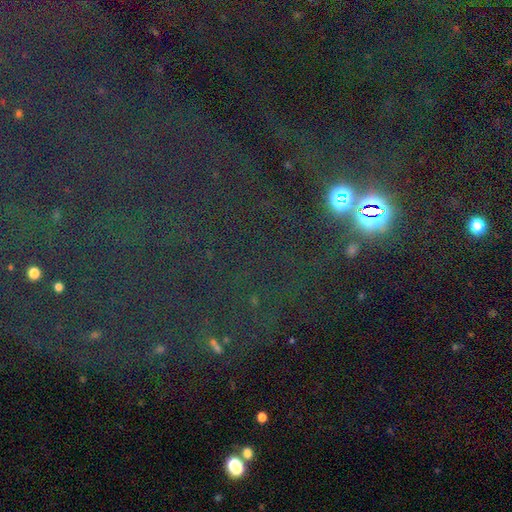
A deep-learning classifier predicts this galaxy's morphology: Smooth or featured? star or artifact (82%)